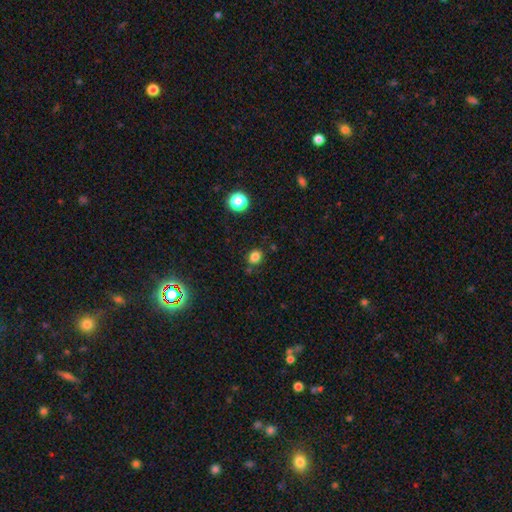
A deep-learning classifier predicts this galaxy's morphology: smooth-or-featured: smooth: 81% | star or artifact: 14% | featured or disk: 5%
  how-rounded: round: 58% | in between: 41% | cigar-shaped: 1%
  merging: none: 77% | minor disturbance: 13% | merger: 7% | major disturbance: 3%